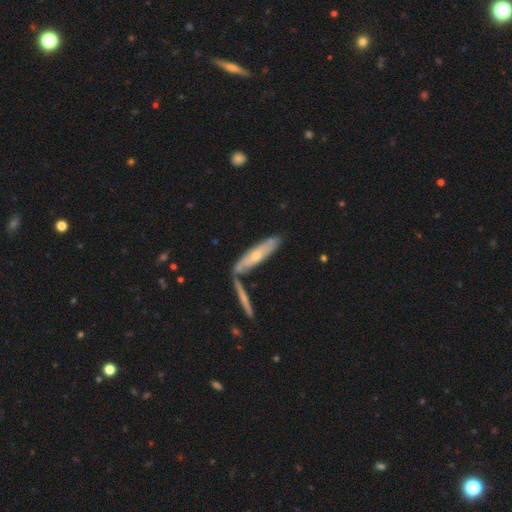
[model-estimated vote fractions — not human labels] Overall: featured or disk (54%; smooth 41%). Edge-on disk: yes (56%; no 44%). Merging: none (61%).